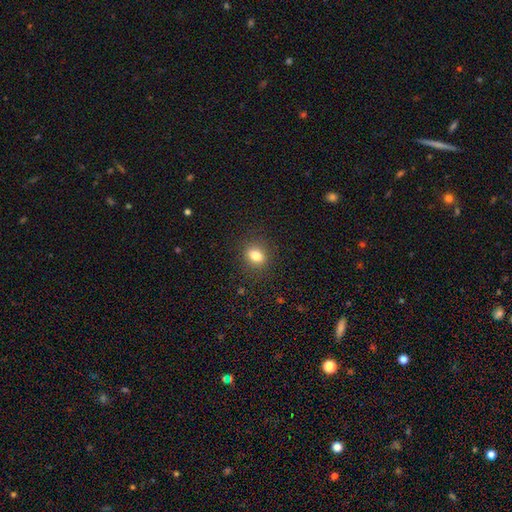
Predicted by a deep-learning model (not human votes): smooth-or-featured: smooth: 82% | star or artifact: 11% | featured or disk: 6%
  how-rounded: in between: 54% | round: 44% | cigar-shaped: 1%
  merging: none: 88% | minor disturbance: 9% | major disturbance: 3% | merger: 1%